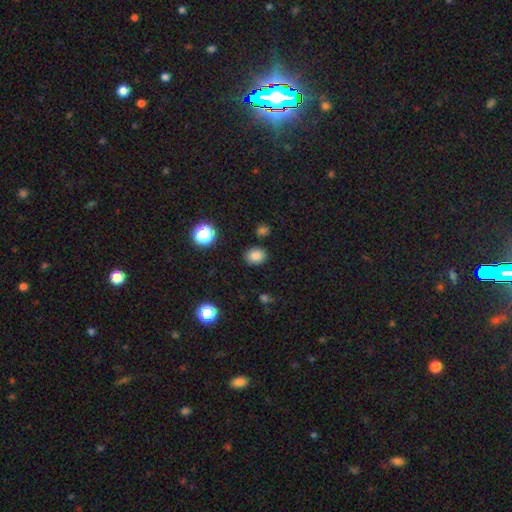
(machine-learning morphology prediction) Q: Smooth or featured?
A: smooth (81%); runner-up: star or artifact (13%)
Q: How rounded?
A: in between (50%); runner-up: round (49%)
Q: Merging?
A: none (86%); runner-up: minor disturbance (9%)